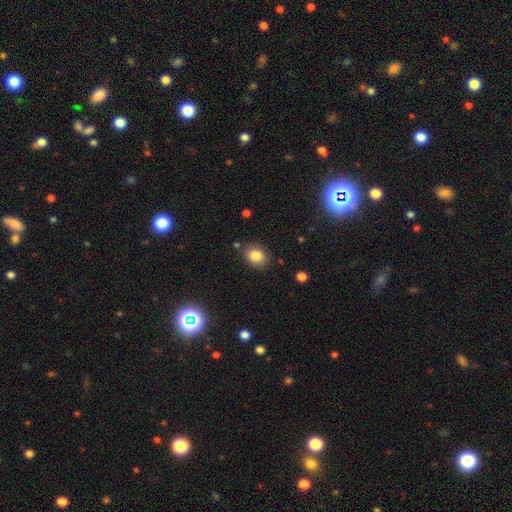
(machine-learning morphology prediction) A smooth galaxy with no disk features (84%) that is in between round and cigar-shaped (58%). Merging: none (82%).